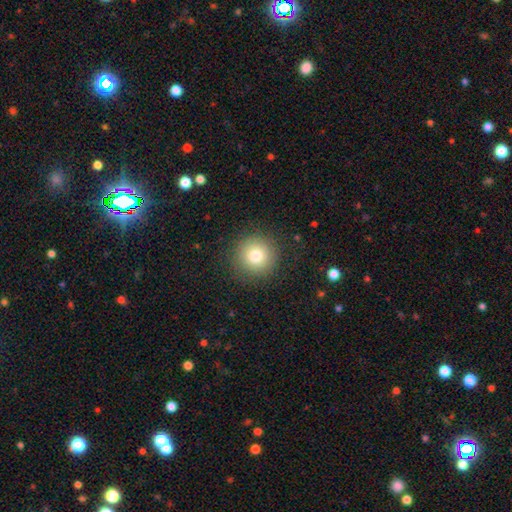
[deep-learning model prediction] This is likely a smooth galaxy (79%). How rounded: clearly round (95%). Merging: clearly none (89%).